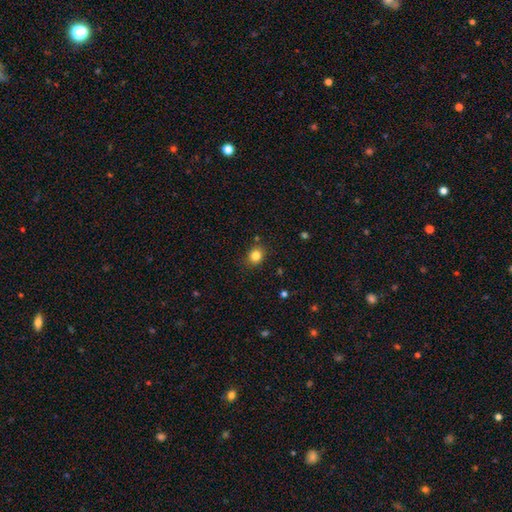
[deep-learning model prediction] Smooth or featured: smooth — 82% (star or artifact — 12%)
How rounded: round — 71% (in between — 28%)
Merging: none — 84% (minor disturbance — 11%)